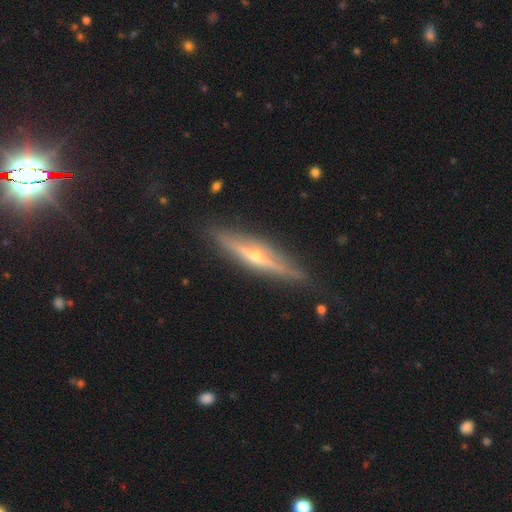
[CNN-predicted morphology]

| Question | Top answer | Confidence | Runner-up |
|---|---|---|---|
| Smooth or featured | featured or disk | 80% | smooth (14%) |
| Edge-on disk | yes | 96% | no (4%) |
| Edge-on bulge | rounded | 86% | none (10%) |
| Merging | none | 86% | minor disturbance (10%) |